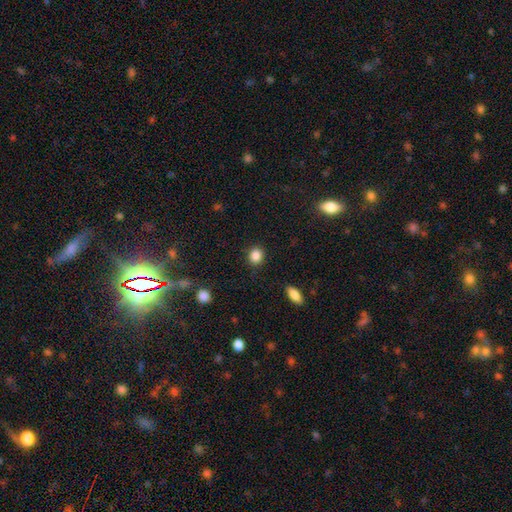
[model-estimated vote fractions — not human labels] Q: Smooth or featured?
A: smooth (86%); runner-up: star or artifact (10%)
Q: How rounded?
A: round (68%); runner-up: in between (31%)
Q: Merging?
A: none (87%); runner-up: minor disturbance (9%)